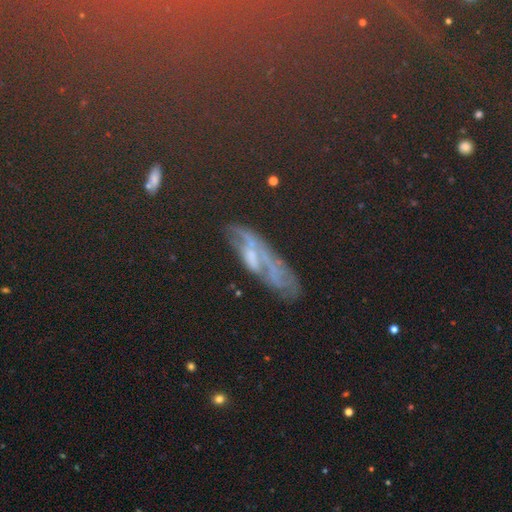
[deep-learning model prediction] star or artifact 45%, smooth 28%, featured or disk 27%.